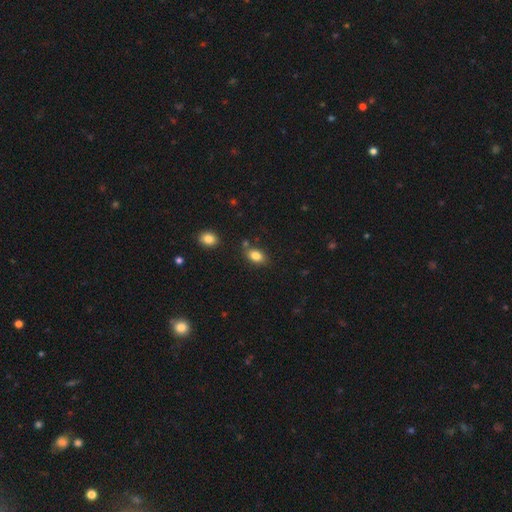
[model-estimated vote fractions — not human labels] Smooth or featured?
  - smooth: 83% *
  - star or artifact: 9%
  - featured or disk: 7%
How rounded?
  - in between: 85% *
  - round: 13%
  - cigar-shaped: 2%
Merging?
  - none: 75% *
  - minor disturbance: 13%
  - merger: 8%
  - major disturbance: 3%